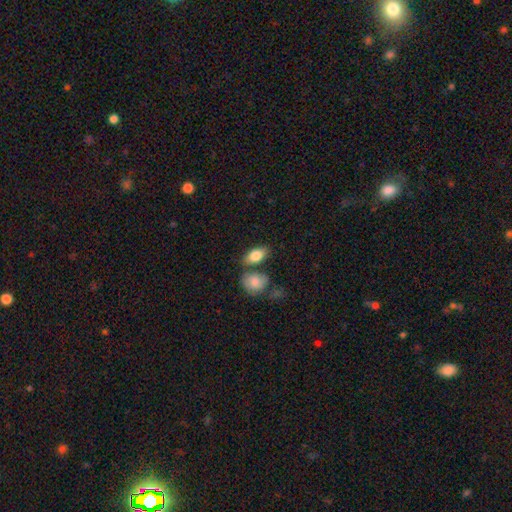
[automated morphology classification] Smooth or featured: smooth — 84% (featured or disk — 10%)
How rounded: in between — 89% (round — 7%)
Merging: none — 63% (merger — 19%)